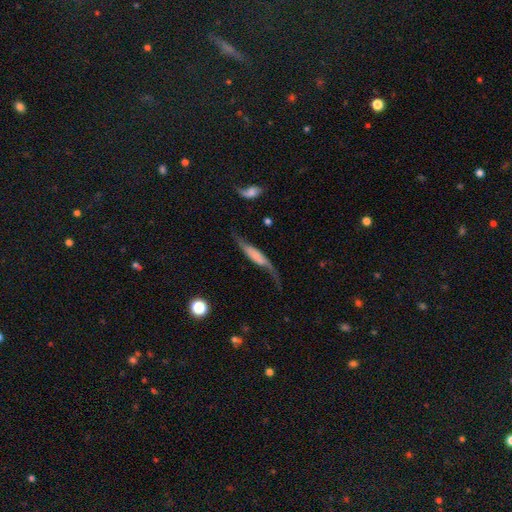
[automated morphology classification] The model was most divided on "edge-on disk": no: 57%, yes: 43%. Remaining: smooth or featured — featured or disk (62%); merging — none (42%).